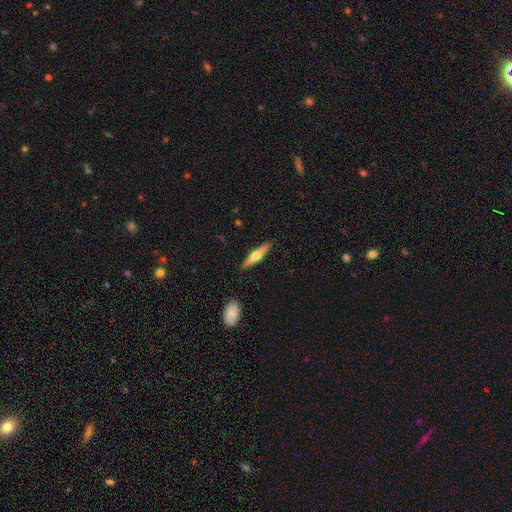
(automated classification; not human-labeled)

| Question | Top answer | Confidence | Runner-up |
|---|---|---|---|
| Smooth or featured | featured or disk | 59% | smooth (36%) |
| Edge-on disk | yes | 96% | no (4%) |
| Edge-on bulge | rounded | 93% | boxy (4%) |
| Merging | none | 89% | minor disturbance (8%) |